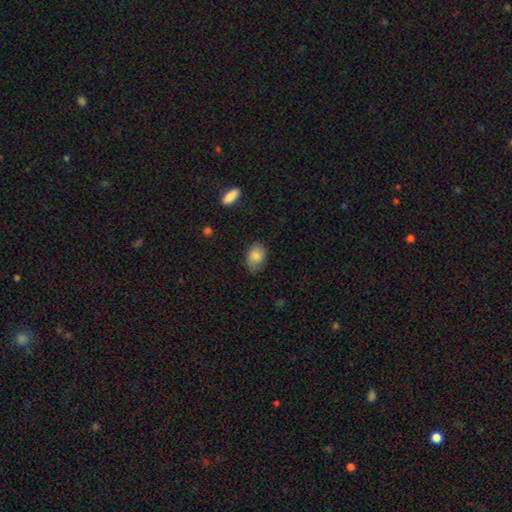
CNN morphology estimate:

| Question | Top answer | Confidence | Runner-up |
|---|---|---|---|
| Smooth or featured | smooth | 84% | featured or disk (8%) |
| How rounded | in between | 82% | round (17%) |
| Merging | none | 72% | minor disturbance (22%) |